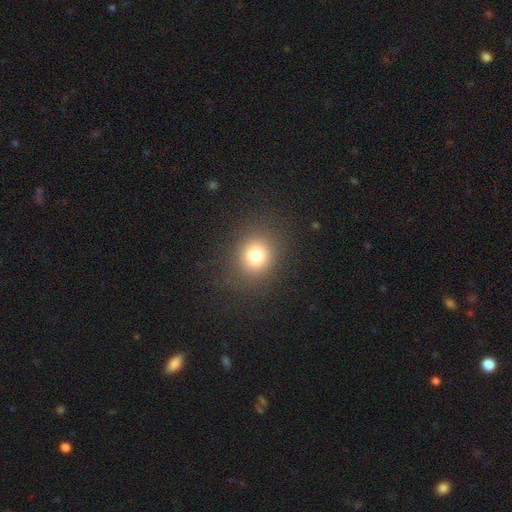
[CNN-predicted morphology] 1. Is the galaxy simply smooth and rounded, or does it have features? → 76% smooth, 15% star or artifact, 8% featured or disk.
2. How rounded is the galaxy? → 78% round, 22% in between, 1% cigar-shaped.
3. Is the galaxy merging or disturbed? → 88% none, 7% minor disturbance, 4% major disturbance, 1% merger.